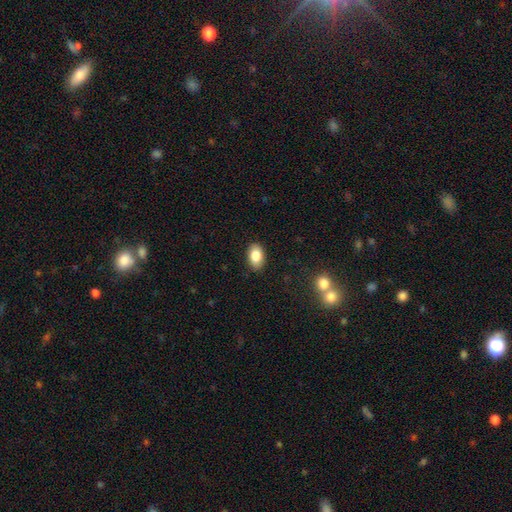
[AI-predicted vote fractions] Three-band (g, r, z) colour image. It shows a smooth galaxy with no disk features (85%) that is in between round and cigar-shaped (90%). Merging: none (88%).